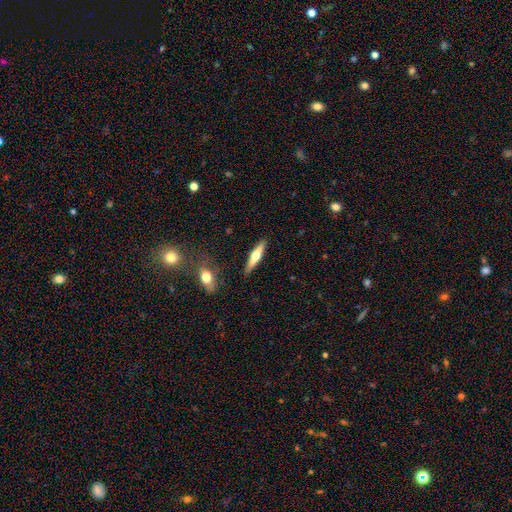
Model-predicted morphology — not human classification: type=featured or disk (53%); edge-on=yes (93%); merging=none (88%).